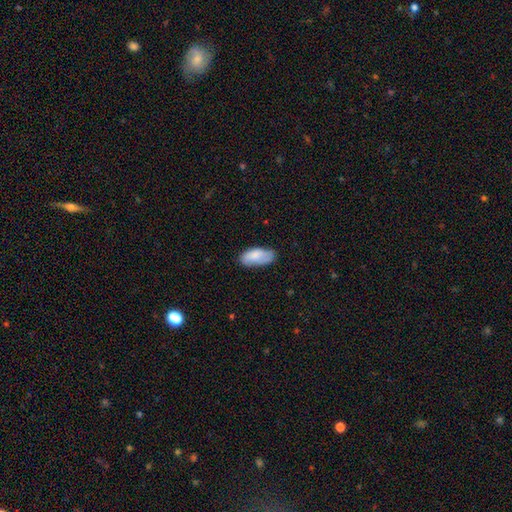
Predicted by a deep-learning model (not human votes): Q: Smooth or featured?
A: smooth (82%); runner-up: featured or disk (12%)
Q: How rounded?
A: in between (91%); runner-up: cigar-shaped (7%)
Q: Merging?
A: none (69%); runner-up: minor disturbance (25%)